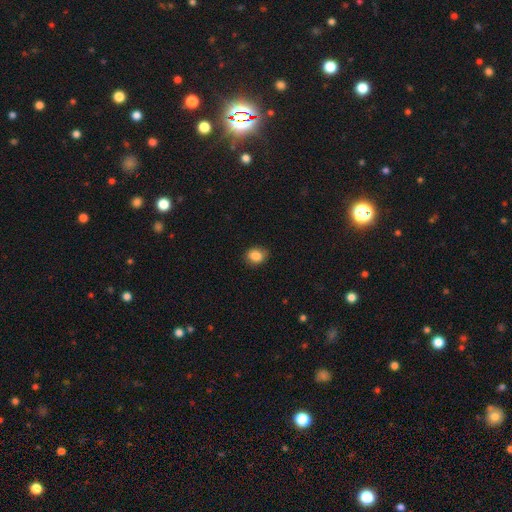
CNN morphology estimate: The model was most divided on "how rounded": round: 54%, in between: 45%, cigar-shaped: 1%. More confident: smooth or featured — smooth (86%); merging — none (79%).